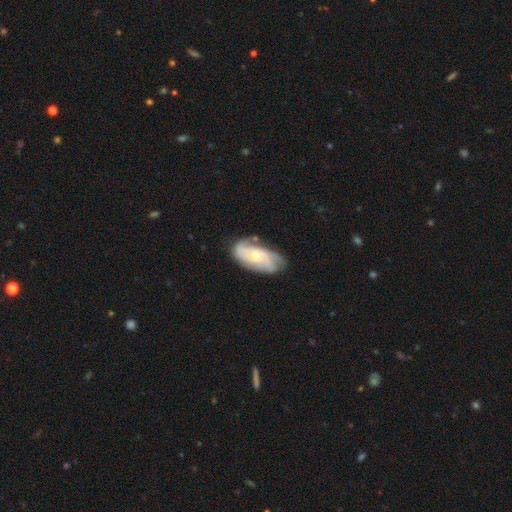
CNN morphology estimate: Overall: featured or disk (71%). Edge-on disk: no (94%). Bar: no (71%). Spiral arms: yes (90%). Spiral arm count: can't tell (30%; 2 29%). Spiral winding: tight (46%; medium 39%). Bulge size: small (58%; moderate 36%). Merging: none (64%; minor disturbance 25%).